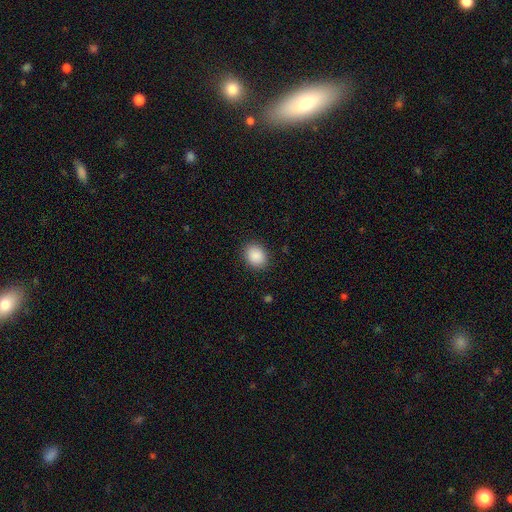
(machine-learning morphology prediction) smooth-or-featured: smooth: 89% | star or artifact: 8% | featured or disk: 3%
  how-rounded: round: 57% | in between: 42% | cigar-shaped: 1%
  merging: none: 89% | minor disturbance: 8% | major disturbance: 2% | merger: 1%